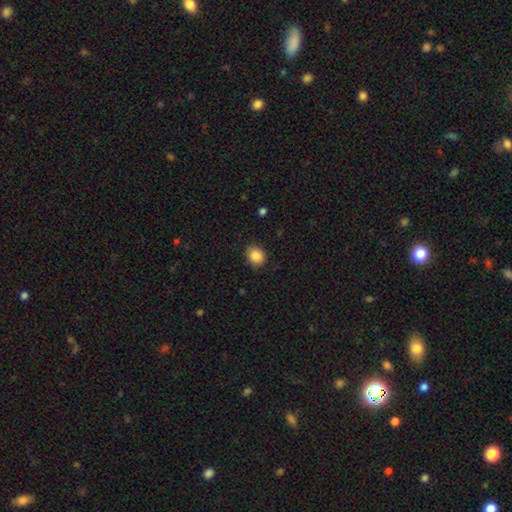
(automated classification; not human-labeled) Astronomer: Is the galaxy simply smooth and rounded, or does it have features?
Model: smooth — 87%.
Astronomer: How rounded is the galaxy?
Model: round — 65%.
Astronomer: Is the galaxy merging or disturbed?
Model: none — 85%.